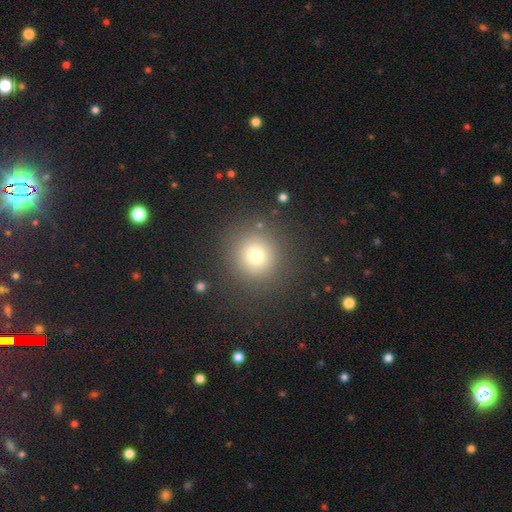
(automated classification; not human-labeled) A smooth galaxy with no disk features (71%) that is round (94%). Merging: none (86%).